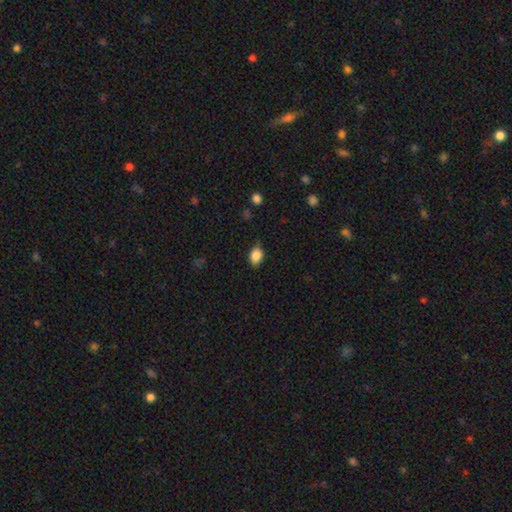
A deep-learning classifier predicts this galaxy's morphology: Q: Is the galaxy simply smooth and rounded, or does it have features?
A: smooth — 85%.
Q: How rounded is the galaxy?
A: in between — 76%.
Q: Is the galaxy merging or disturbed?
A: none — 77%.